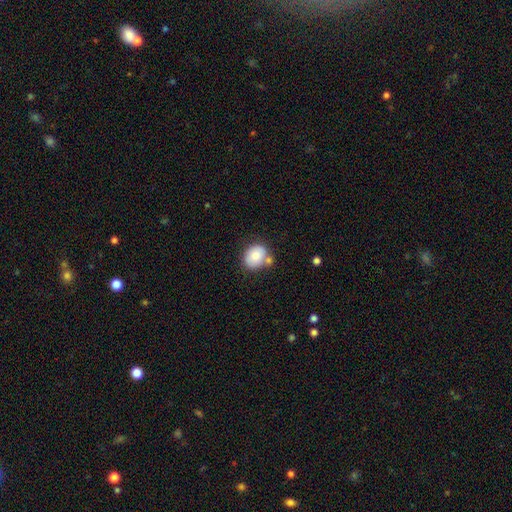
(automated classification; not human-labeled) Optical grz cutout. It shows a smooth galaxy with no disk features (78%) that is in between round and cigar-shaped (52%). Merging: none (59%).